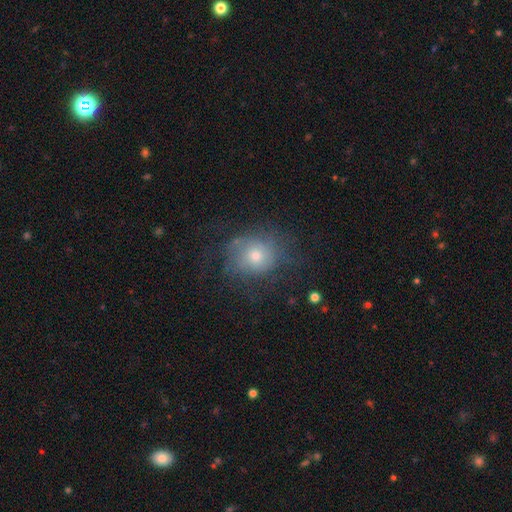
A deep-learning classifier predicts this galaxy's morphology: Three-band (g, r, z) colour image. It shows a smooth galaxy with no disk features (53%) that is round (76%). Merging: none (61%).